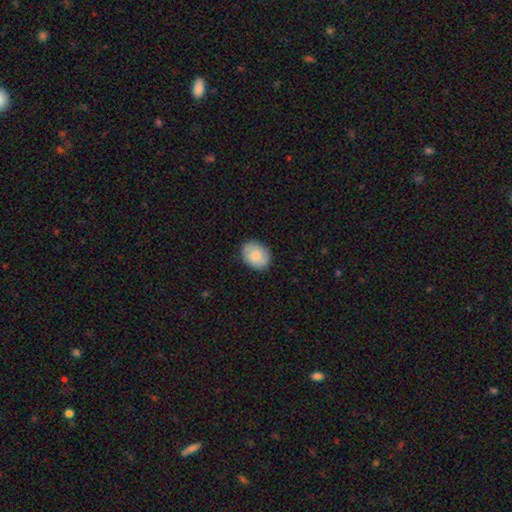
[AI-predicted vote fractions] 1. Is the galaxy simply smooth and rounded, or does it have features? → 76% smooth, 18% featured or disk, 7% star or artifact.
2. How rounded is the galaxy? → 54% in between, 45% round, 1% cigar-shaped.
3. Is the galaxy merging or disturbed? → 85% none, 11% minor disturbance, 2% major disturbance, 1% merger.